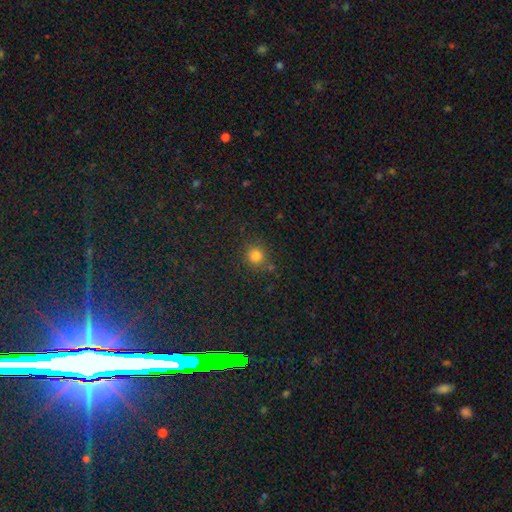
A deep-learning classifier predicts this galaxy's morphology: type=smooth (80%); roundness=round (89%); merging=none (80%).